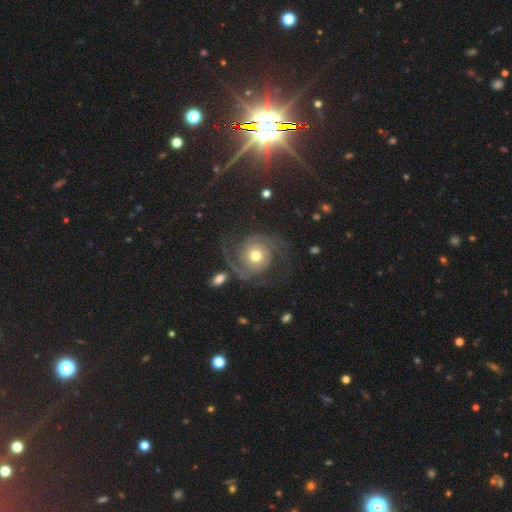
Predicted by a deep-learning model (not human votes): smooth-or-featured: featured or disk: 86% | smooth: 8% | star or artifact: 6%
  disk-edge-on: no: 98% | yes: 2%
    bar: no: 79% | weak: 17% | strong: 4%
    has-spiral-arms: yes: 97% | no: 3%
      spiral-winding: medium: 46% | tight: 31% | loose: 23%
      spiral-arm-count: 2: 85% | 3: 4% | can't tell: 4% | 1: 2% | 4: 2% | more than 4: 2%
    bulge-size: moderate: 70% | small: 18% | large: 9% | dominant: 2% | none: 1%
  merging: none: 68% | minor disturbance: 14% | major disturbance: 14% | merger: 4%